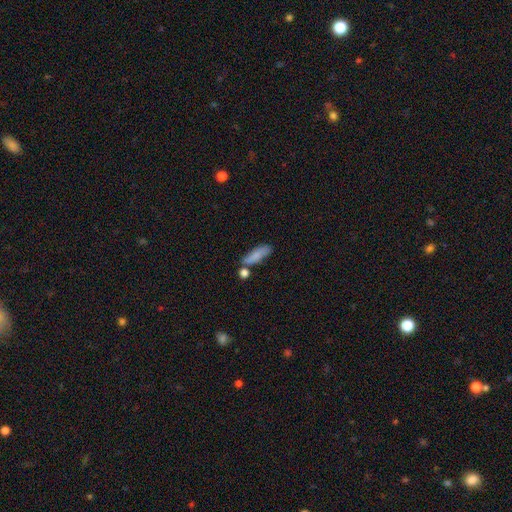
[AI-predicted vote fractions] Smooth or featured? Predicted: smooth (p=0.78). How rounded? Predicted: cigar-shaped (p=0.49). Merging? Predicted: none (p=0.58).